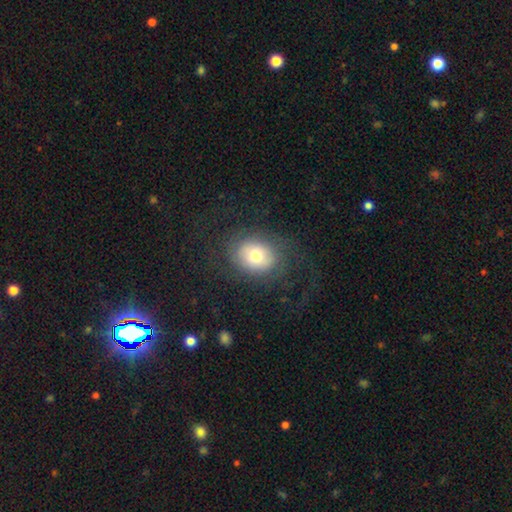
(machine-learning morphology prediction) This is likely a smooth galaxy (61%). How rounded: possibly in between (59%). Merging: likely none (71%).